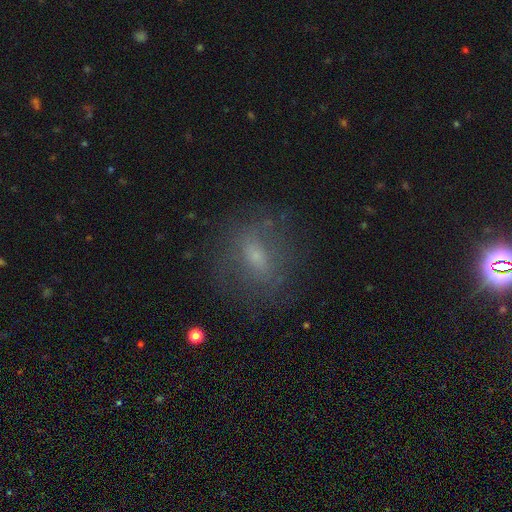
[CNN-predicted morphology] A smooth galaxy with no disk features (48%). Merging: none (70%).